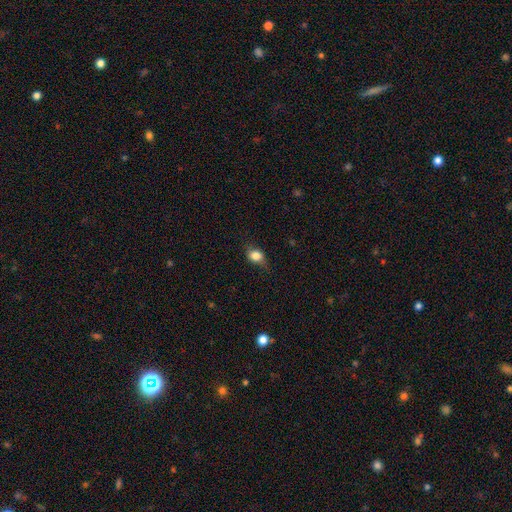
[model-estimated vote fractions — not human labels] A smooth galaxy with no disk features (79%) that is in between round and cigar-shaped (54%). Merging: none (68%).